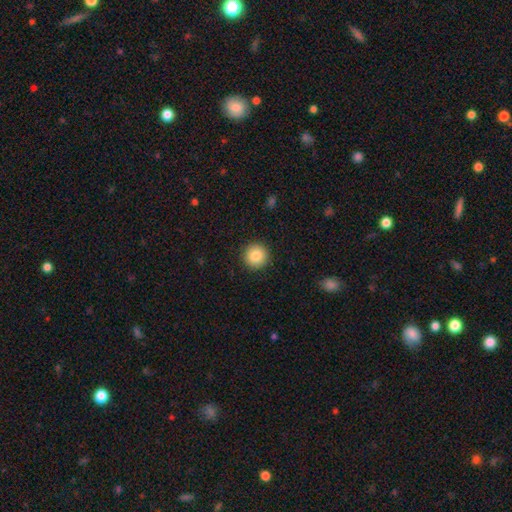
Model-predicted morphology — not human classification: A smooth galaxy with no disk features (85%) that is round (95%). Merging: none (92%).